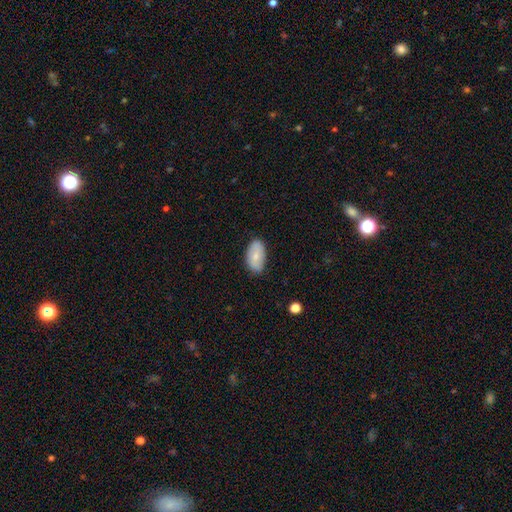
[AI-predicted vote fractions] Smooth or featured? smooth (72%)
How rounded? in between (94%)
Merging? none (79%)